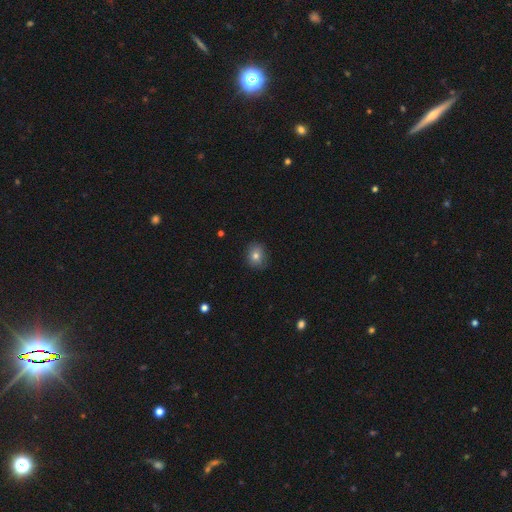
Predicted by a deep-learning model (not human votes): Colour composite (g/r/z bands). It shows a smooth galaxy with no disk features (77%) that is round (64%). Merging: none (83%).